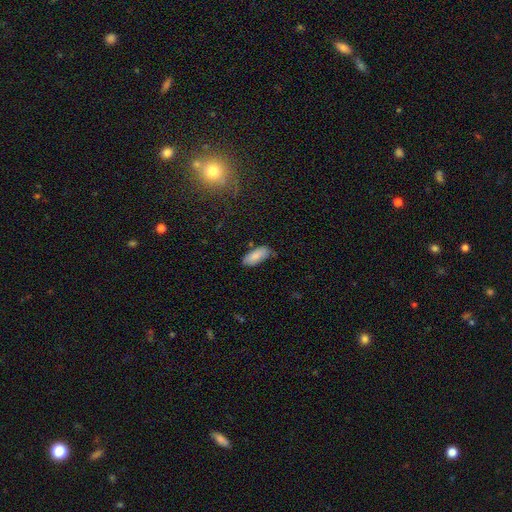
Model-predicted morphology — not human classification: This is clearly a smooth galaxy (86%). How rounded: clearly in between (85%). Merging: likely none (77%).